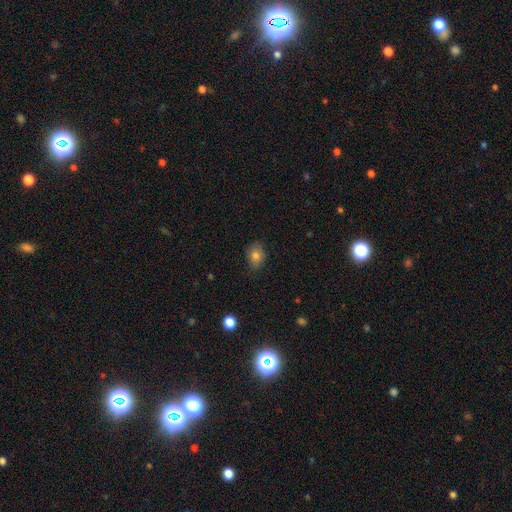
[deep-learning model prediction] Smooth or featured?
  - smooth: 80% *
  - featured or disk: 10%
  - star or artifact: 10%
How rounded?
  - in between: 64% *
  - round: 35%
  - cigar-shaped: 1%
Merging?
  - none: 75% *
  - minor disturbance: 20%
  - major disturbance: 4%
  - merger: 1%